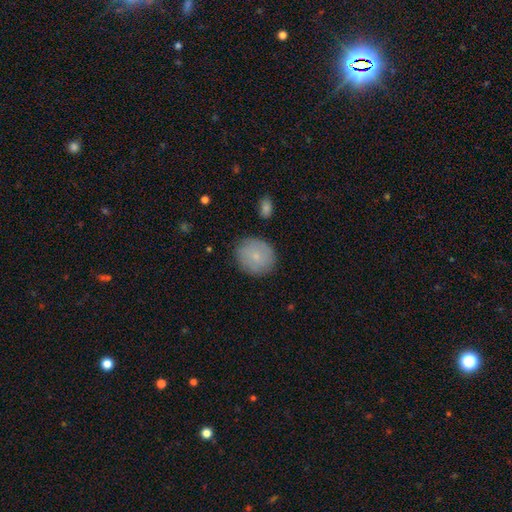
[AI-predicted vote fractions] This appears to be a smooth galaxy with no disk features (76%) that is round (83%). Merging: none (85%).